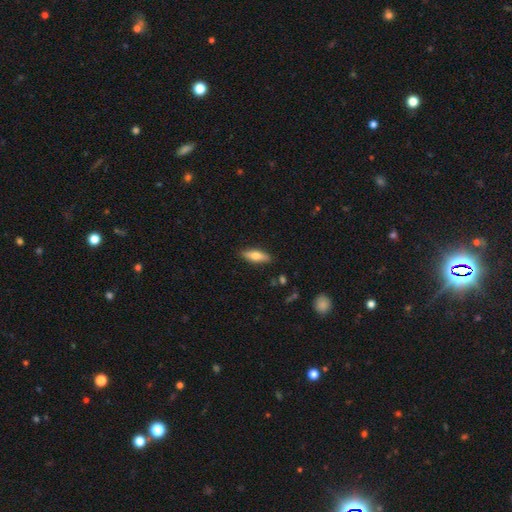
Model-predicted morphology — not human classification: A smooth galaxy with no disk features (62%) that is in between round and cigar-shaped (50%).

Vote fractions:
- Smooth or featured? smooth: 62% / featured or disk: 32% / star or artifact: 6%
- How rounded? in between: 50% / cigar-shaped: 47% / round: 3%
- Merging? none: 88% / minor disturbance: 9% / major disturbance: 2% / merger: 1%